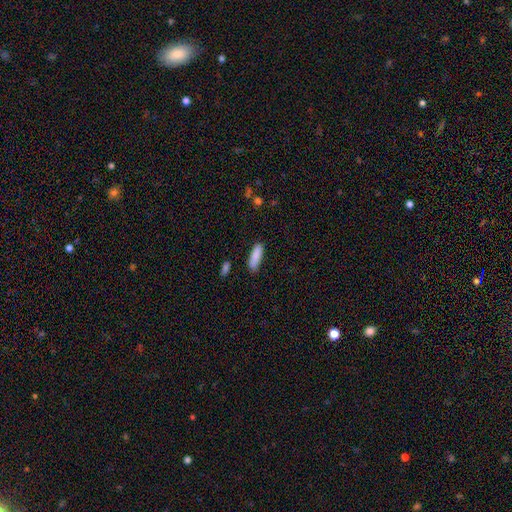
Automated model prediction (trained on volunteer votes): Q: Smooth or featured?
A: smooth (88%); runner-up: star or artifact (7%)
Q: How rounded?
A: cigar-shaped (60%); runner-up: in between (38%)
Q: Merging?
A: none (83%); runner-up: minor disturbance (12%)